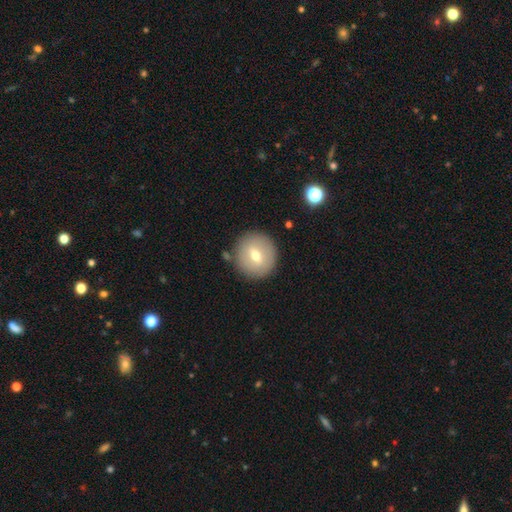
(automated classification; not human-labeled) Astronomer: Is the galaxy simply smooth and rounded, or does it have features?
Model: smooth — 65%.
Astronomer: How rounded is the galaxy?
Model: round — 92%.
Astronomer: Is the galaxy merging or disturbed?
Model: none — 86%.